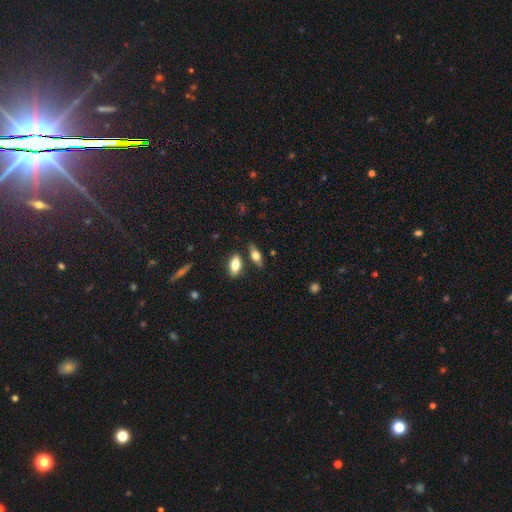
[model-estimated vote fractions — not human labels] The model was most divided on "smooth or featured": smooth: 58%, featured or disk: 35%, star or artifact: 8%. More confident: merging — none (75%); how rounded — in between (70%).